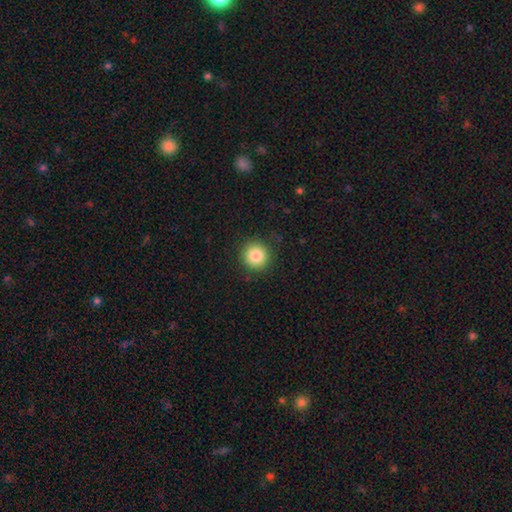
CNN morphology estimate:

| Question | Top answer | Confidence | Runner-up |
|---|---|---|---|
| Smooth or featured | smooth | 85% | star or artifact (10%) |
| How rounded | round | 92% | in between (7%) |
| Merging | none | 89% | minor disturbance (8%) |